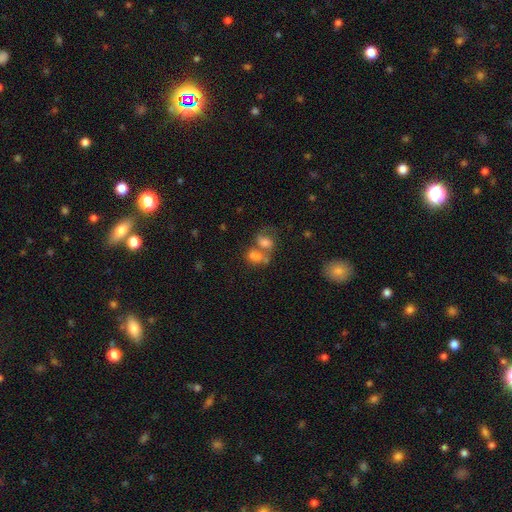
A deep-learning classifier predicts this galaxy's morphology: Smooth or featured? Predicted: smooth (p=0.68). How rounded? Predicted: in between (p=0.69). Merging? Predicted: merger (p=0.57).